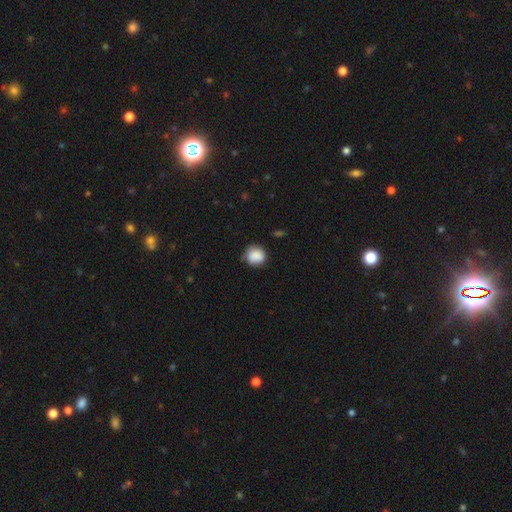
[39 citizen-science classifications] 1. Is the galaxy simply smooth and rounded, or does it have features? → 85% smooth, 10% featured or disk, 5% star or artifact.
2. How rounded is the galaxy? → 82% round, 18% in between, 0% cigar-shaped.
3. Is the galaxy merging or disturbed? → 57% none, 27% minor disturbance, 11% major disturbance, 5% merger.